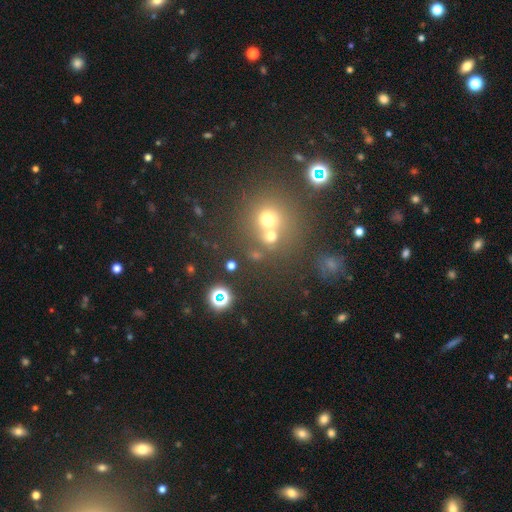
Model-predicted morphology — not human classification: smooth_or_featured: smooth (p=0.50) [alt: star or artifact p=0.37]
merging: none (p=0.55) [alt: merger p=0.32]